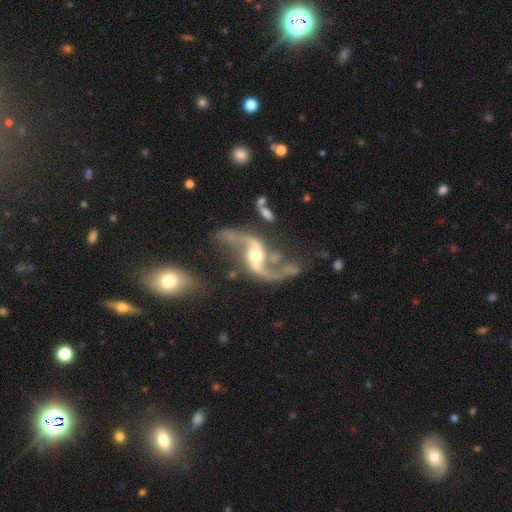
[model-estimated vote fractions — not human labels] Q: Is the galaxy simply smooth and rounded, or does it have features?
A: featured or disk — 92%.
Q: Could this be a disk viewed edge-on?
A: no — 97%.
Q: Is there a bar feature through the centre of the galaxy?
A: weak — 36%.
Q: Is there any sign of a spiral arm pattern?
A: yes — 97%.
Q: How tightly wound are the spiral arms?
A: loose — 85%.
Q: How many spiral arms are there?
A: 2 — 94%.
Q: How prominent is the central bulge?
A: moderate — 61%.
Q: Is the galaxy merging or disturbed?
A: none — 61%.